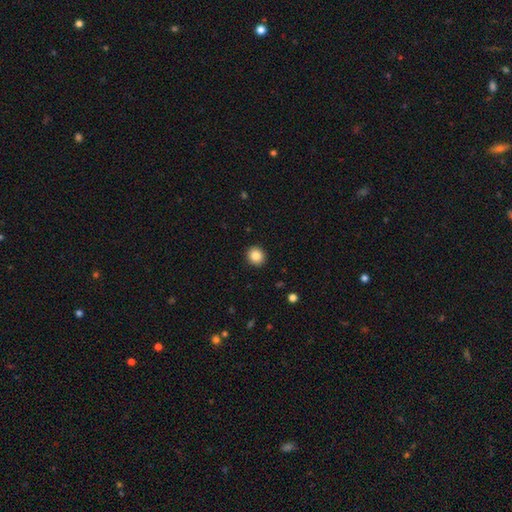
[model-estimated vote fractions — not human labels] smooth-or-featured: smooth: 84% | star or artifact: 10% | featured or disk: 6%
  how-rounded: round: 87% | in between: 12% | cigar-shaped: 1%
  merging: none: 92% | minor disturbance: 5% | major disturbance: 2% | merger: 1%